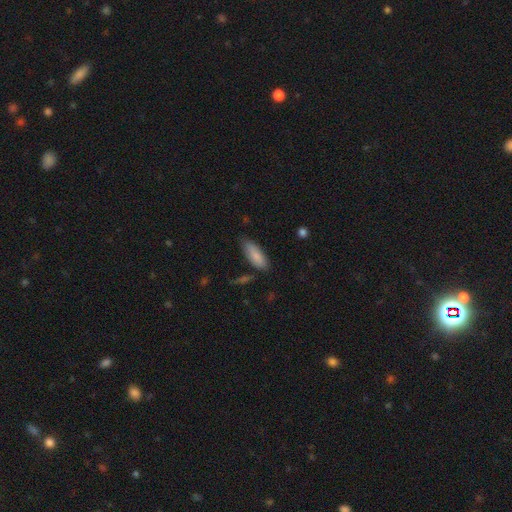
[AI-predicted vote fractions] Morphology: type=smooth (85%); roundness=in between (73%); merging=none (73%).